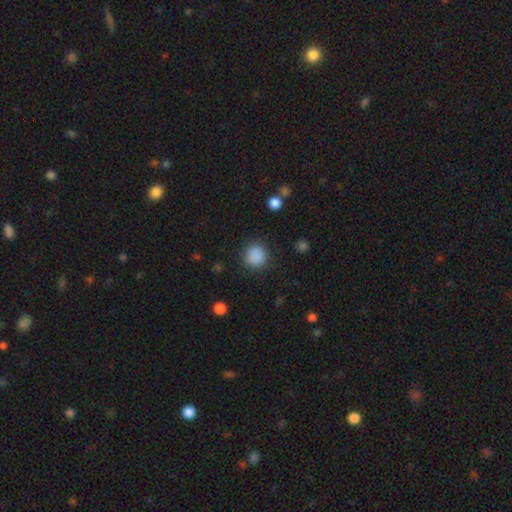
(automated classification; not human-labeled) A smooth galaxy with no disk features (87%) that is round (91%). Merging: none (88%).